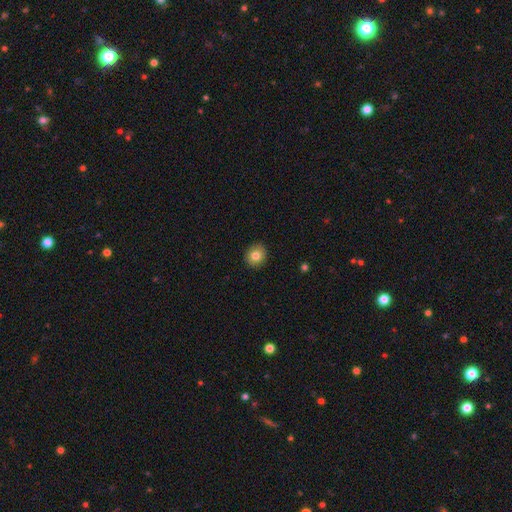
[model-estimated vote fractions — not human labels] Smooth or featured: smooth — 82% (star or artifact — 9%)
How rounded: round — 86% (in between — 13%)
Merging: none — 91% (minor disturbance — 7%)